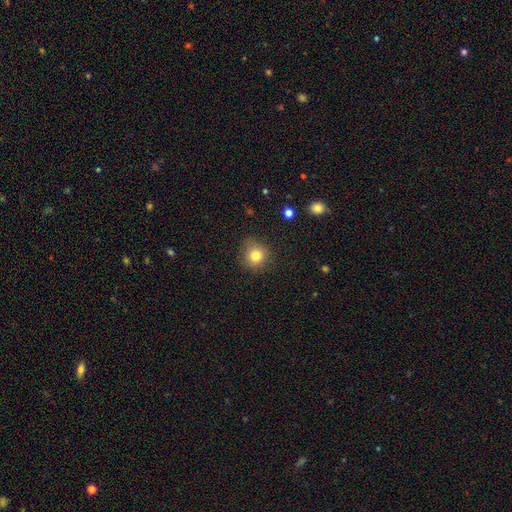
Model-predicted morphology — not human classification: smooth_or_featured: smooth (p=0.80) [alt: star or artifact p=0.12]
how_rounded: round (p=0.90) [alt: in between p=0.10]
merging: none (p=0.83) [alt: minor disturbance p=0.13]